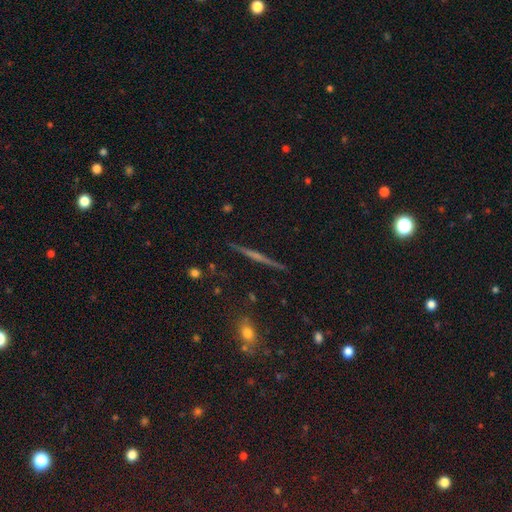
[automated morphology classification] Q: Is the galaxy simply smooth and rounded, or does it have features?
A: featured or disk — 71%.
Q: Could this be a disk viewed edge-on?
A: yes — 98%.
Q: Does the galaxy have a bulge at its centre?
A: none — 48%.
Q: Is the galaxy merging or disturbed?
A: none — 91%.